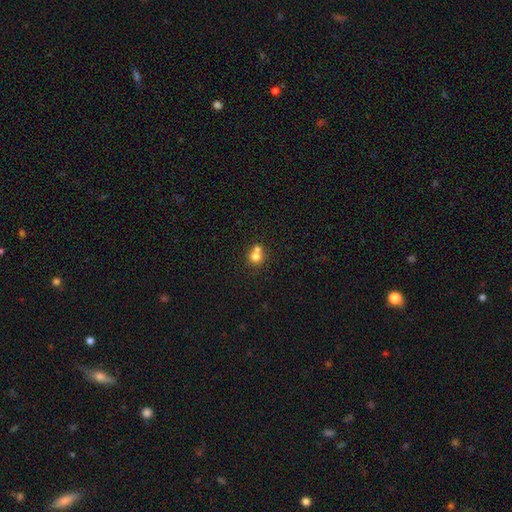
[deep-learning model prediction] A smooth galaxy with no disk features (75%) that is round (85%).

Vote fractions:
- Smooth or featured? smooth: 75% / featured or disk: 13% / star or artifact: 13%
- How rounded? round: 85% / in between: 14% / cigar-shaped: 1%
- Merging? merger: 51% / none: 41% / minor disturbance: 6% / major disturbance: 2%